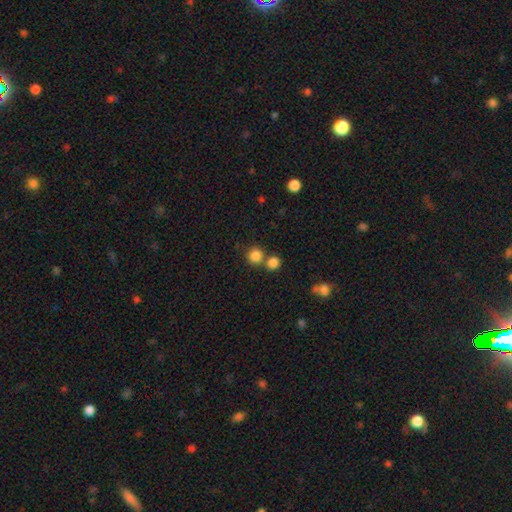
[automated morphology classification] Q: Smooth or featured?
A: smooth (84%); runner-up: star or artifact (11%)
Q: How rounded?
A: round (88%); runner-up: in between (11%)
Q: Merging?
A: none (60%); runner-up: merger (30%)